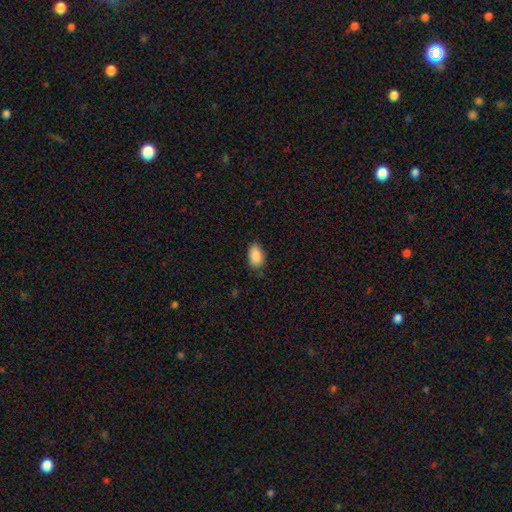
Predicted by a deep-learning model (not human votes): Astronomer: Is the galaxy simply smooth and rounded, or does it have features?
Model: smooth — 88%.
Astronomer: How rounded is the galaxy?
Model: in between — 92%.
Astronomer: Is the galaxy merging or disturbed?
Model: none — 78%.